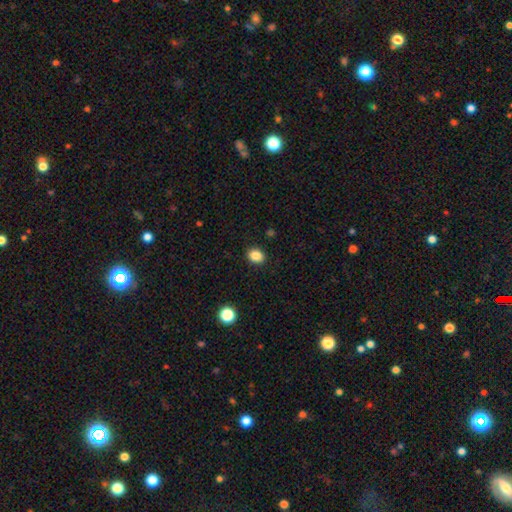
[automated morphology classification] Smooth or featured? smooth (86%)
How rounded? round (52%)
Merging? none (91%)